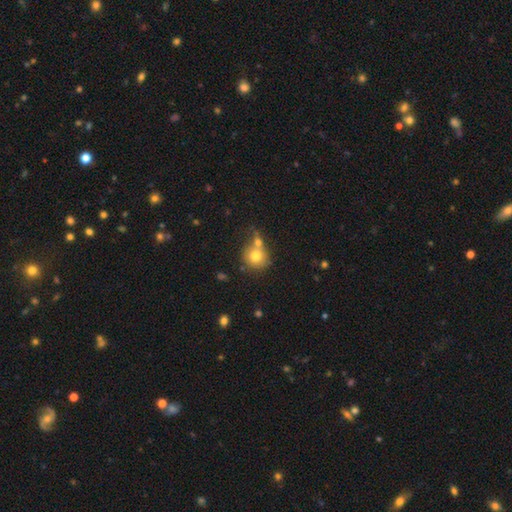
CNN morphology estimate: smooth-or-featured: smooth: 76% | featured or disk: 14% | star or artifact: 10%
  how-rounded: round: 86% | in between: 13% | cigar-shaped: 1%
  merging: none: 47% | merger: 36% | minor disturbance: 12% | major disturbance: 5%